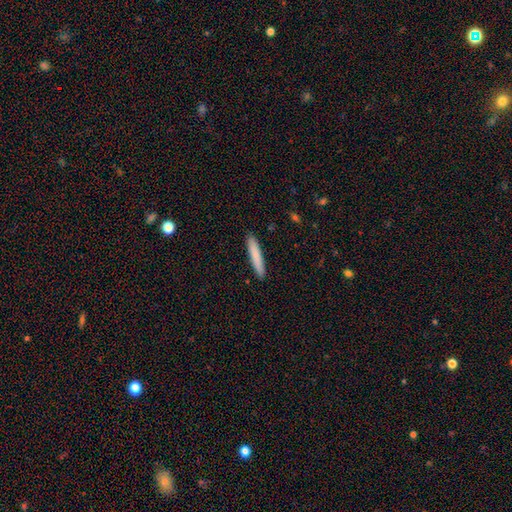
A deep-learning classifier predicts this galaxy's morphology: This is clearly a smooth galaxy (82%). How rounded: clearly cigar-shaped (94%). Merging: clearly none (92%).